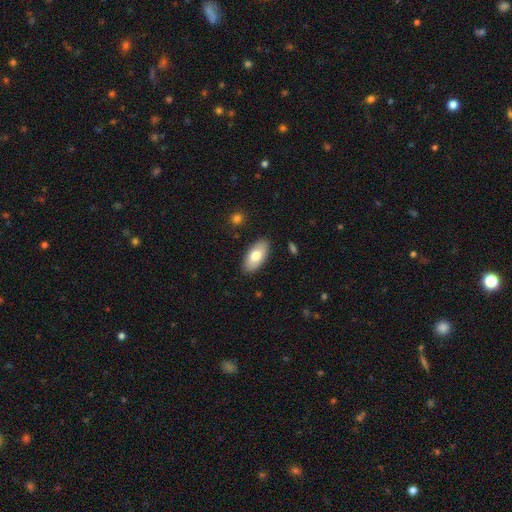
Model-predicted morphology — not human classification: Smooth or featured? Predicted: smooth (p=0.75). How rounded? Predicted: in between (p=0.93). Merging? Predicted: none (p=0.87).